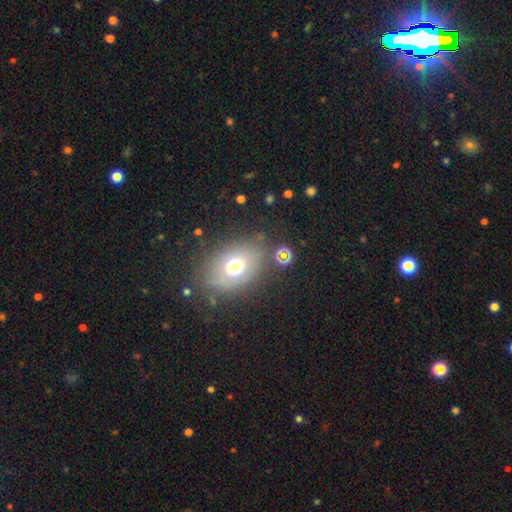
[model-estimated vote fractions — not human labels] Smooth or featured: smooth — 63% (featured or disk — 22%)
How rounded: in between — 73% (round — 26%)
Merging: none — 78% (minor disturbance — 14%)